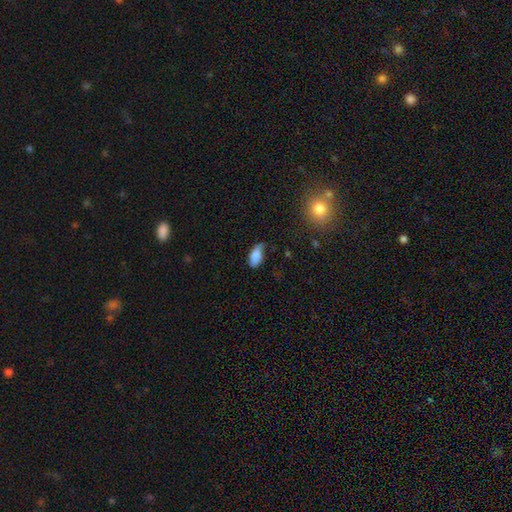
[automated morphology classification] A smooth galaxy with no disk features (78%) that is in between round and cigar-shaped (89%).

Vote fractions:
- Smooth or featured? smooth: 78% / featured or disk: 14% / star or artifact: 8%
- How rounded? in between: 89% / cigar-shaped: 7% / round: 4%
- Merging? none: 51% / minor disturbance: 36% / major disturbance: 11% / merger: 2%